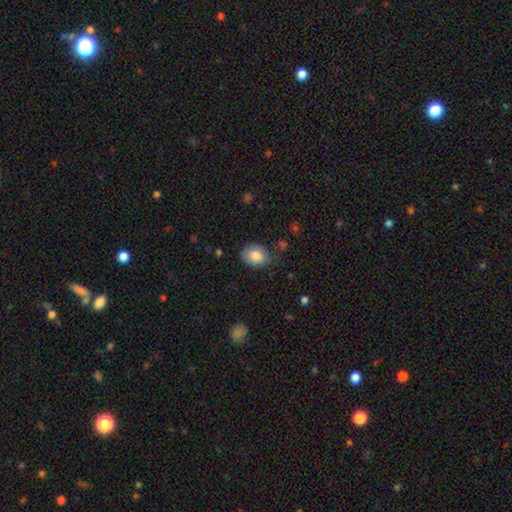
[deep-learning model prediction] This appears to be a smooth galaxy with no disk features (83%) that is in between round and cigar-shaped (59%). Merging: none (78%).